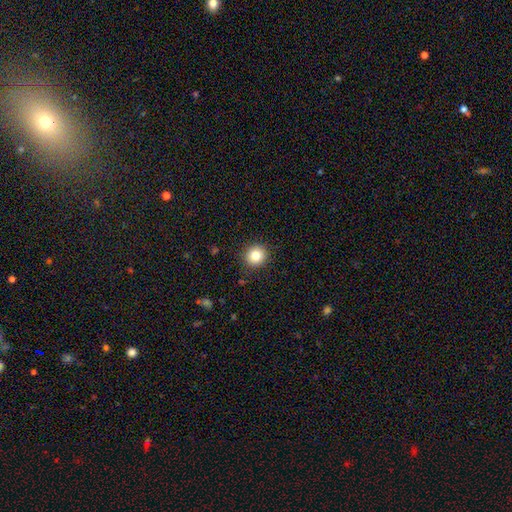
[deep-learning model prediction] smooth 82%, star or artifact 11%, featured or disk 7%. Down the decision tree: how rounded — round (90%); merging — none (91%).